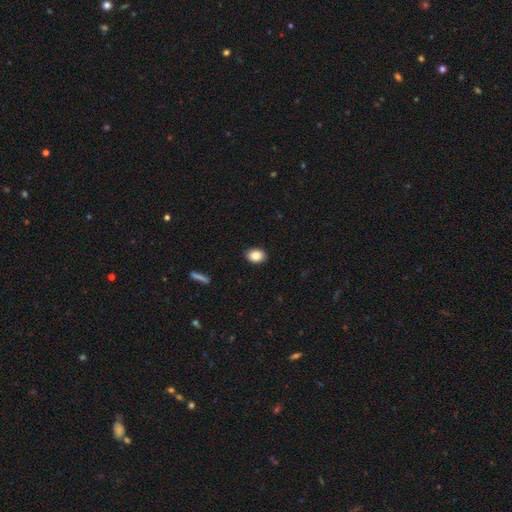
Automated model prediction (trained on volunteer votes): A smooth galaxy with no disk features (84%) that is in between round and cigar-shaped (74%). Merging: none (90%).